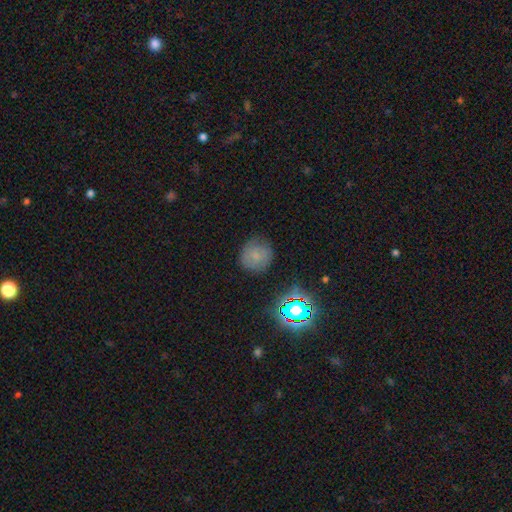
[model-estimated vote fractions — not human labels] Smooth or featured?
  - smooth: 67% *
  - star or artifact: 18%
  - featured or disk: 15%
How rounded?
  - round: 89% *
  - in between: 10%
  - cigar-shaped: 1%
Merging?
  - none: 78% *
  - minor disturbance: 15%
  - major disturbance: 5%
  - merger: 2%